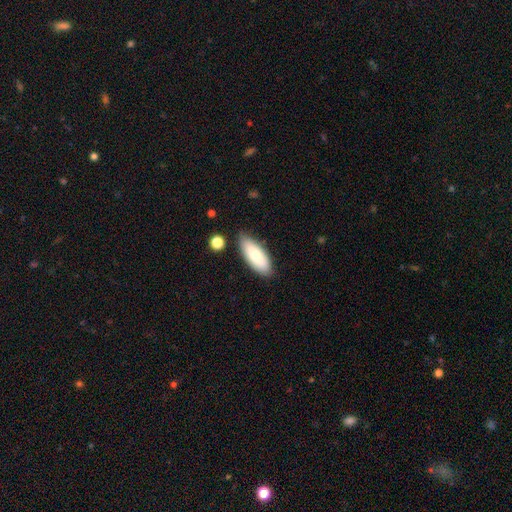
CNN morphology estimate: smooth 78%, featured or disk 16%, star or artifact 6%. Down the decision tree: how rounded — in between (81%); merging — none (80%).